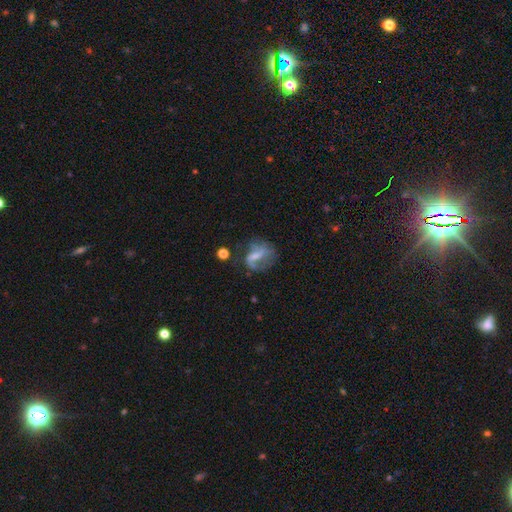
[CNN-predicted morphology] This appears to be a featured or disk galaxy (62%) with a weak bar (43%), spiral arms (68%) and a small central bulge (39%). Merging: none (45%).